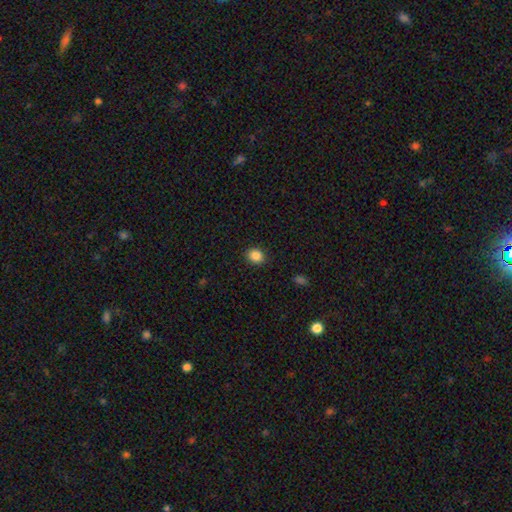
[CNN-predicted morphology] Smooth or featured? Predicted: smooth (p=0.85). How rounded? Predicted: round (p=0.67). Merging? Predicted: none (p=0.90).